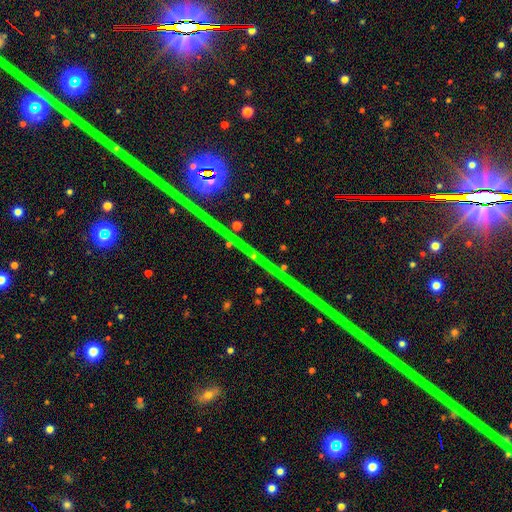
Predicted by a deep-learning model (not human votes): This appears to be a star or artifact, not a galaxy (85%).